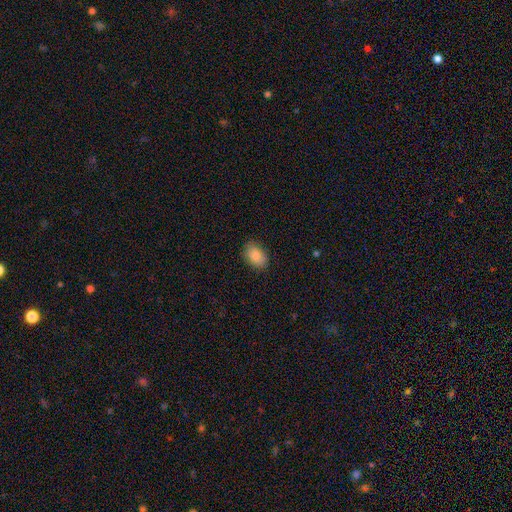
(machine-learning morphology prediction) Smooth or featured? smooth (86%)
How rounded? in between (83%)
Merging? none (86%)